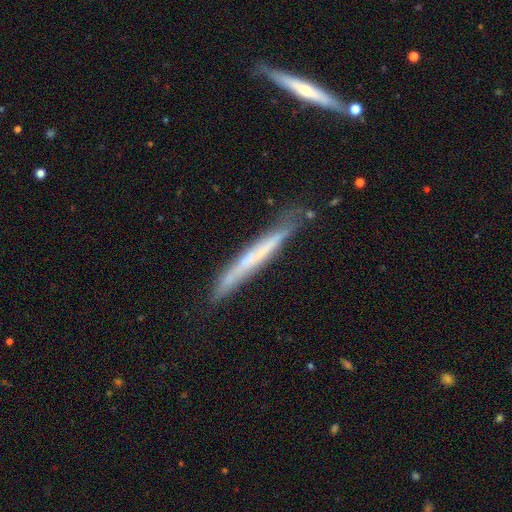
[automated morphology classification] featured or disk 49%, smooth 45%, star or artifact 7%. Down the decision tree: merging — none (77%).